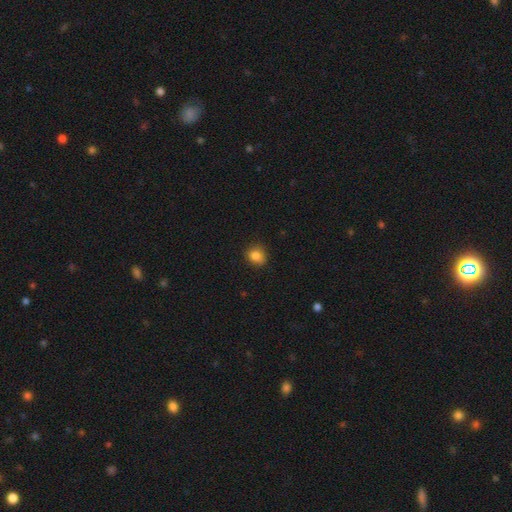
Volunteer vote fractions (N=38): This is clearly a smooth galaxy (87%). How rounded: clearly round (82%). Merging: likely none (69%).